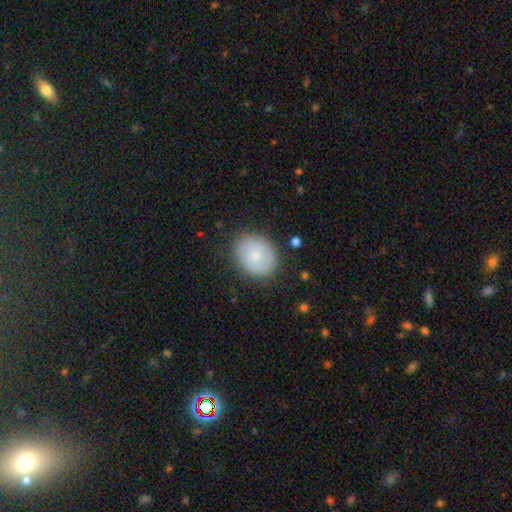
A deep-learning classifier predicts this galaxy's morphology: This is likely a smooth galaxy (76%). How rounded: likely round (62%). Merging: clearly none (83%).